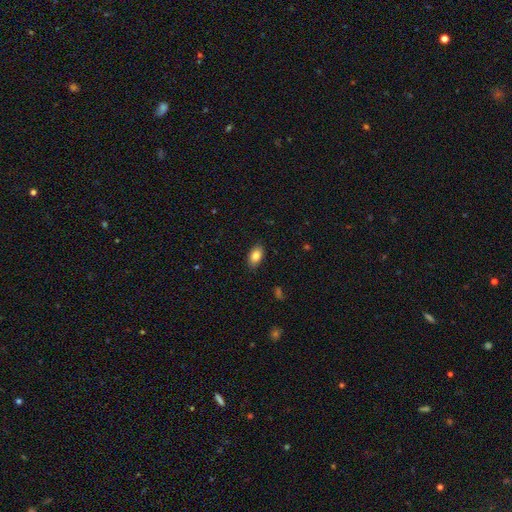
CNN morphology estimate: smooth-or-featured: smooth: 85% | star or artifact: 8% | featured or disk: 8%
  how-rounded: in between: 90% | round: 8% | cigar-shaped: 2%
  merging: none: 87% | minor disturbance: 10% | major disturbance: 2% | merger: 1%